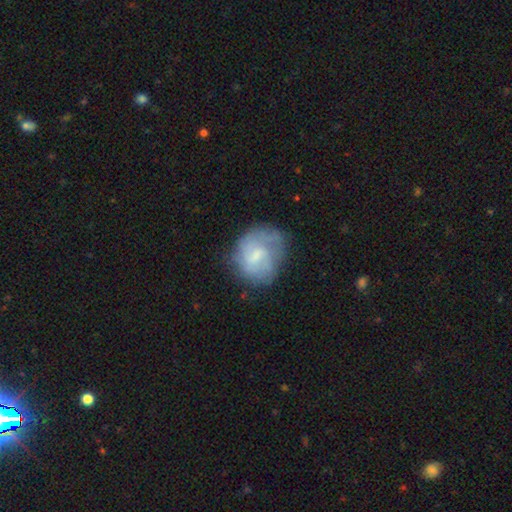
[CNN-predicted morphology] Overall: featured or disk (47%; smooth 45%). Merging: none (51%; minor disturbance 28%).